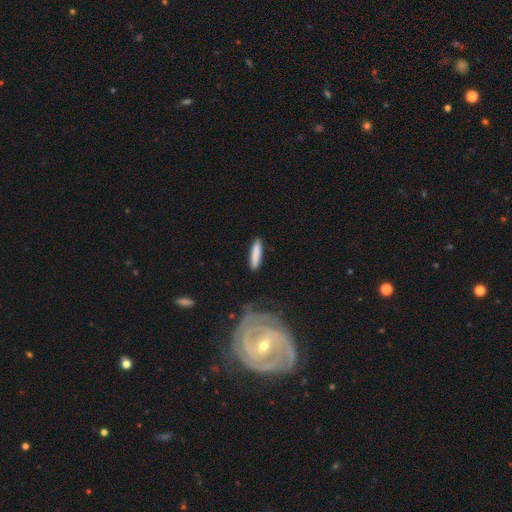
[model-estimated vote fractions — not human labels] smooth_or_featured: smooth (p=0.84) [alt: featured or disk p=0.10]
how_rounded: cigar-shaped (p=0.82) [alt: in between p=0.17]
merging: none (p=0.85) [alt: minor disturbance p=0.11]